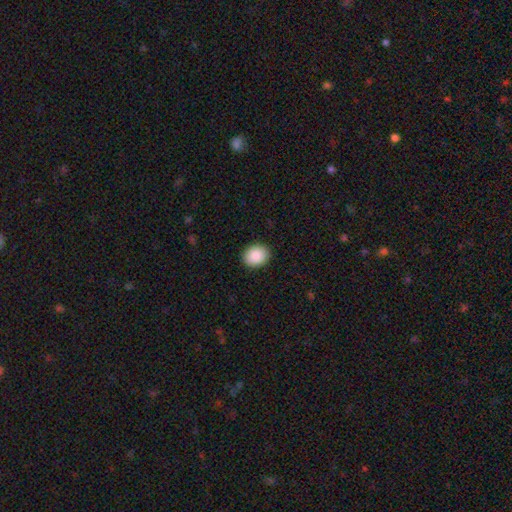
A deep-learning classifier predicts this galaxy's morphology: Smooth or featured: smooth — 89% (star or artifact — 7%)
How rounded: round — 52% (in between — 47%)
Merging: none — 91% (minor disturbance — 7%)